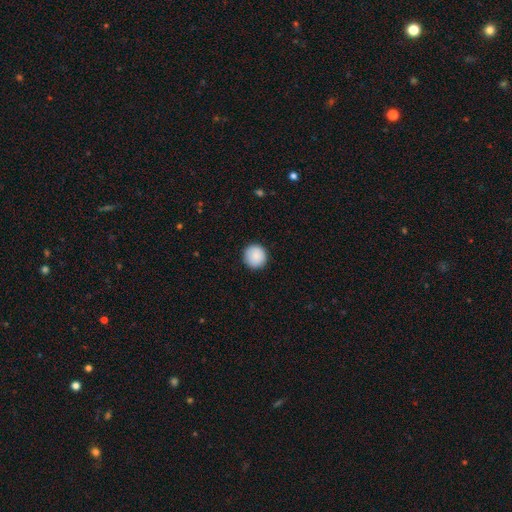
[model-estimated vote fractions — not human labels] Smooth or featured?
  - smooth: 89% *
  - star or artifact: 7%
  - featured or disk: 4%
How rounded?
  - round: 95% *
  - in between: 4%
  - cigar-shaped: 1%
Merging?
  - none: 92% *
  - minor disturbance: 6%
  - major disturbance: 2%
  - merger: 1%